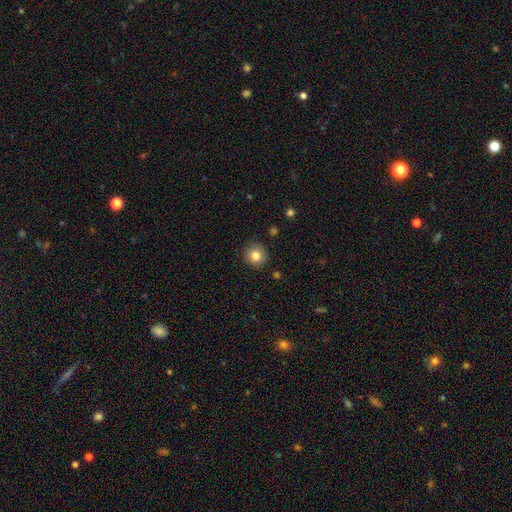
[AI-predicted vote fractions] Q: Smooth or featured?
A: smooth (82%); runner-up: star or artifact (10%)
Q: How rounded?
A: round (92%); runner-up: in between (7%)
Q: Merging?
A: none (88%); runner-up: minor disturbance (9%)